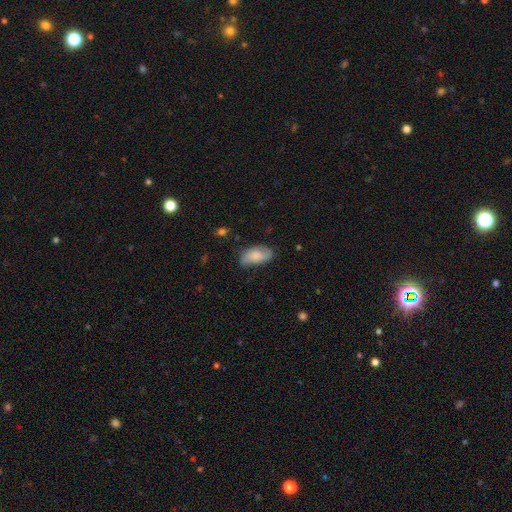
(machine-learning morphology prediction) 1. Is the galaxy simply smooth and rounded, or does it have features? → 68% smooth, 26% featured or disk, 7% star or artifact.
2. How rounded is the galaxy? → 92% in between, 5% cigar-shaped, 3% round.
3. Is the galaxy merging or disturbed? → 72% none, 22% minor disturbance, 5% major disturbance, 2% merger.